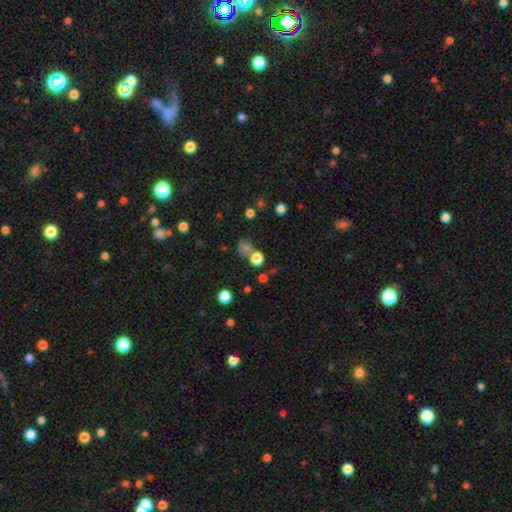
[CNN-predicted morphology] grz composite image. It shows a star or artifact, not a galaxy (50%).